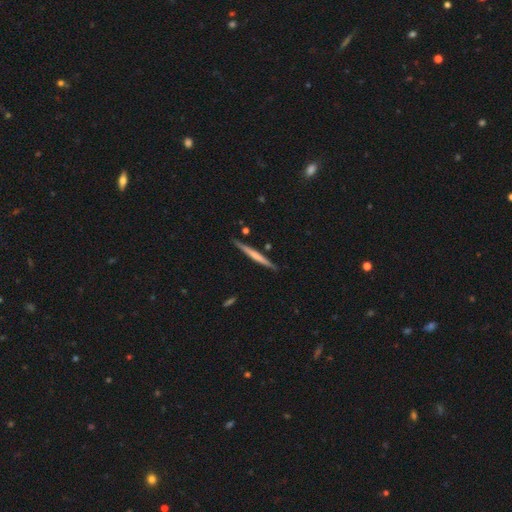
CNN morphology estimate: A featured or disk galaxy (48%). Merging: none (88%).